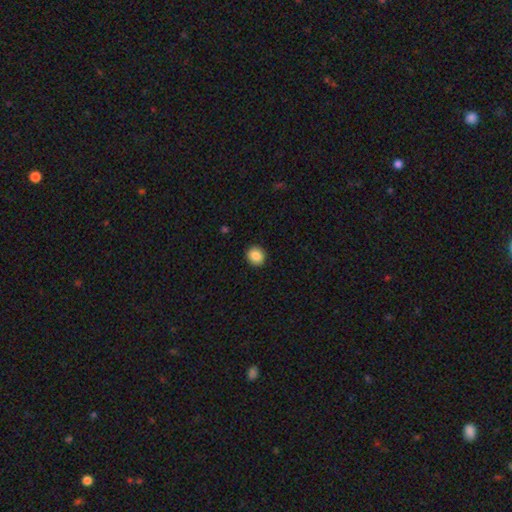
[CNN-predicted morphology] Smooth or featured: smooth — 87% (star or artifact — 9%)
How rounded: round — 76% (in between — 23%)
Merging: none — 92% (minor disturbance — 6%)